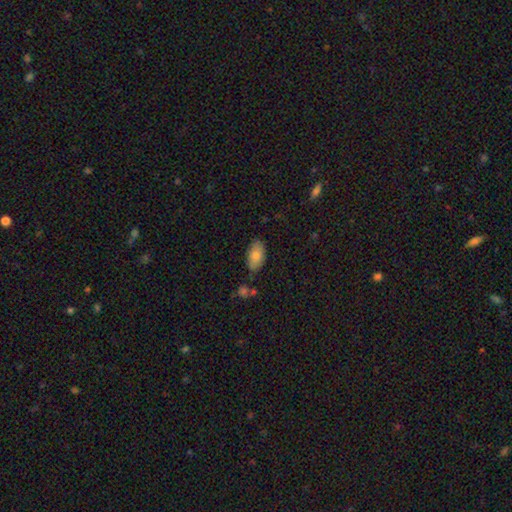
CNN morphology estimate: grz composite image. It shows a smooth galaxy with no disk features (80%) that is in between round and cigar-shaped (93%). Merging: none (79%).